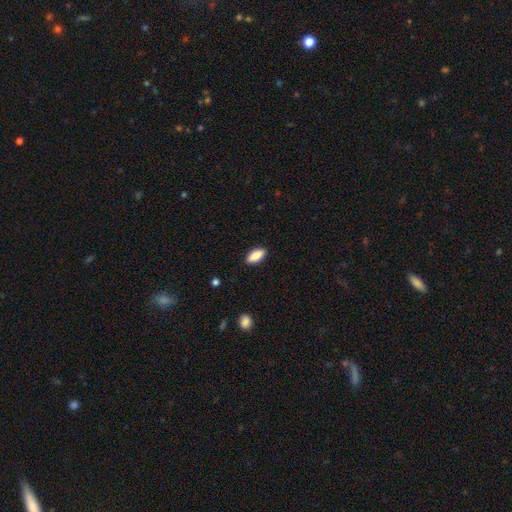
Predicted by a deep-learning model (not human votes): Morphology: type=smooth (87%); roundness=in between (86%); merging=none (88%).